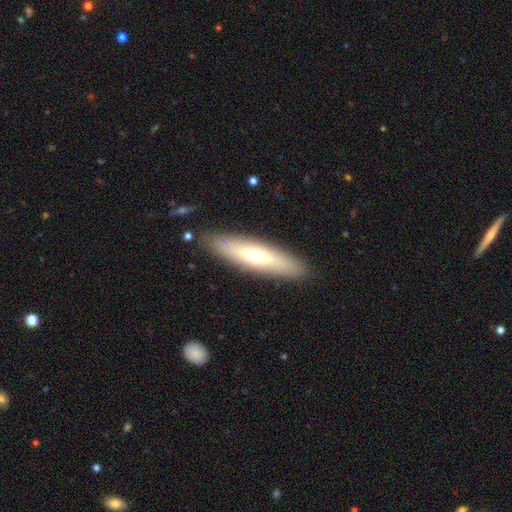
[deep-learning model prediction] smooth_or_featured: smooth (p=0.53) [alt: featured or disk p=0.41]
how_rounded: cigar-shaped (p=0.69) [alt: in between p=0.29]
merging: none (p=0.88) [alt: minor disturbance p=0.09]